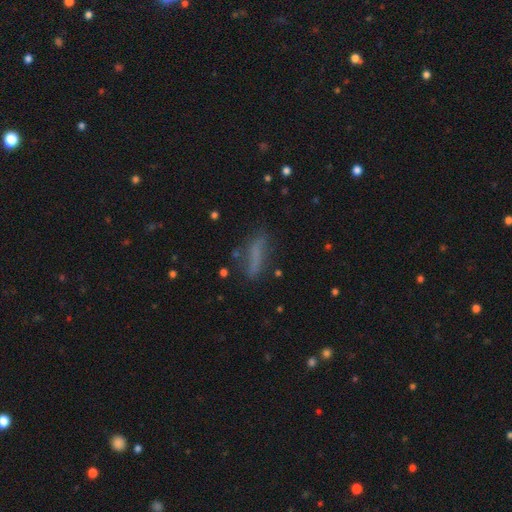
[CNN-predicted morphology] Q: Smooth or featured?
A: smooth (62%); runner-up: featured or disk (25%)
Q: How rounded?
A: cigar-shaped (68%); runner-up: in between (29%)
Q: Merging?
A: none (65%); runner-up: minor disturbance (21%)